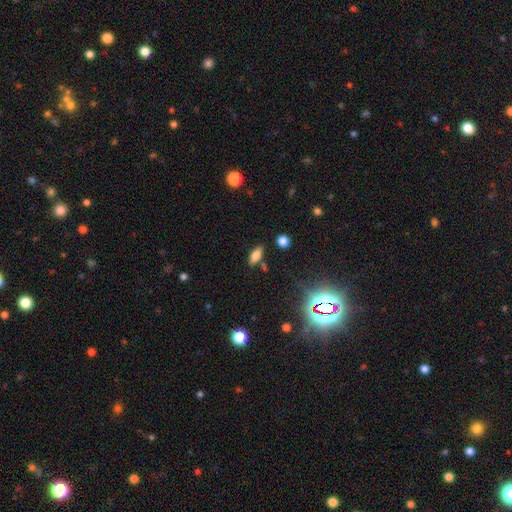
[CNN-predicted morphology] A smooth galaxy with no disk features (74%) that is in between round and cigar-shaped (81%).

Vote fractions:
- Smooth or featured? smooth: 74% / featured or disk: 13% / star or artifact: 13%
- How rounded? in between: 81% / cigar-shaped: 16% / round: 3%
- Merging? none: 78% / minor disturbance: 12% / merger: 6% / major disturbance: 3%